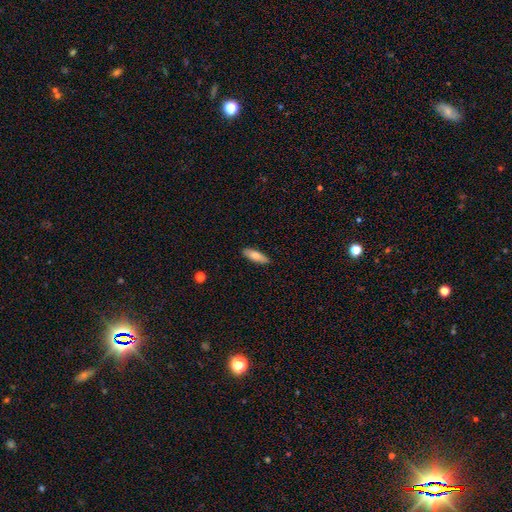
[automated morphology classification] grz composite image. It shows a smooth galaxy with no disk features (74%) that is in between round and cigar-shaped (56%). Merging: none (88%).